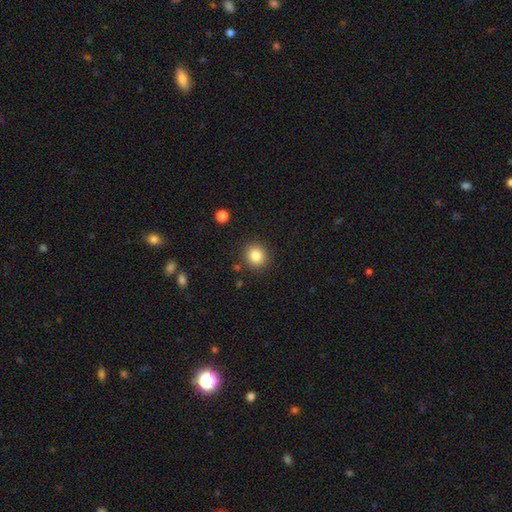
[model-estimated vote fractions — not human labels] smooth-or-featured: smooth: 84% | star or artifact: 10% | featured or disk: 5%
  how-rounded: round: 88% | in between: 11% | cigar-shaped: 1%
  merging: none: 88% | minor disturbance: 7% | major disturbance: 2% | merger: 2%